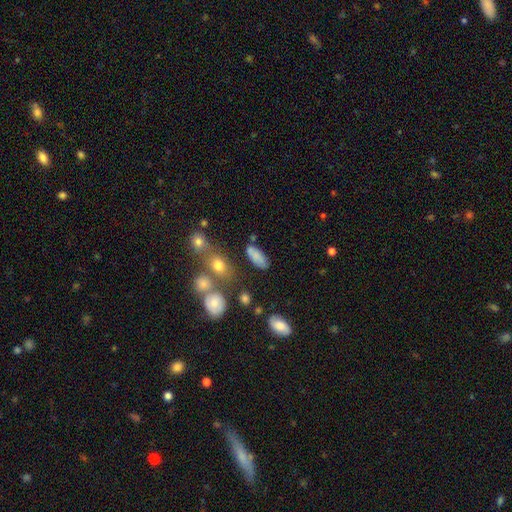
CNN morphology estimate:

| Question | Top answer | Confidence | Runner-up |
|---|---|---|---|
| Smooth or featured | smooth | 79% | featured or disk (12%) |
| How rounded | in between | 78% | cigar-shaped (18%) |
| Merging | none | 71% | minor disturbance (15%) |